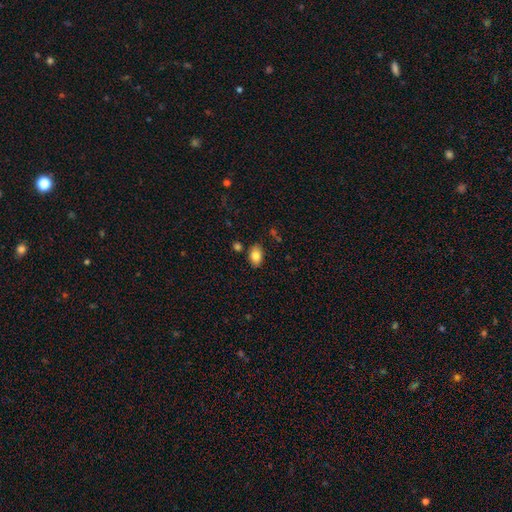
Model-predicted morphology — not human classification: A smooth galaxy with no disk features (83%) that is in between round and cigar-shaped (88%).

Vote fractions:
- Smooth or featured? smooth: 83% / featured or disk: 9% / star or artifact: 8%
- How rounded? in between: 88% / round: 11% / cigar-shaped: 1%
- Merging? none: 82% / minor disturbance: 11% / merger: 4% / major disturbance: 3%